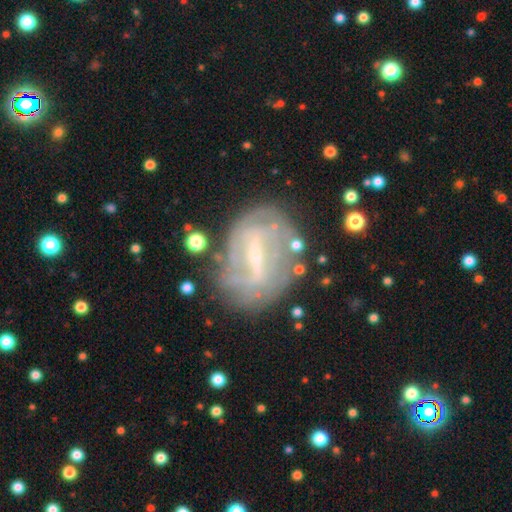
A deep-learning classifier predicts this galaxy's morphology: smooth-or-featured: featured or disk: 76% | smooth: 15% | star or artifact: 8%
  disk-edge-on: no: 94% | yes: 6%
    bar: strong: 55% | weak: 35% | no: 10%
    has-spiral-arms: yes: 69% | no: 31%
    bulge-size: small: 53% | moderate: 26% | none: 18% | large: 2% | dominant: 1%
  merging: none: 70% | minor disturbance: 18% | major disturbance: 9% | merger: 3%